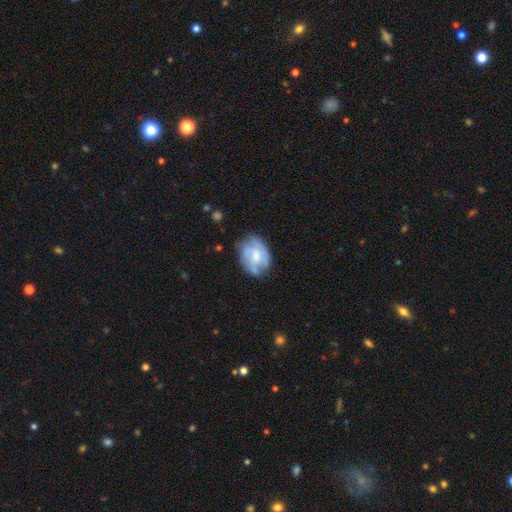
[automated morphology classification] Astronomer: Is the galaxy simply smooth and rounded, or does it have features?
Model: featured or disk — 53% (runner-up: smooth, 40%).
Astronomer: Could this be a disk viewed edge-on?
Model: no — 97%.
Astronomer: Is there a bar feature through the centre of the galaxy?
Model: no — 66%.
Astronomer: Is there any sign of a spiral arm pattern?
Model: yes — 63%.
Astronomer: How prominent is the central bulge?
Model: moderate — 44% (runner-up: small, 27%).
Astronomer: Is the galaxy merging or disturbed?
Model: none — 61%.